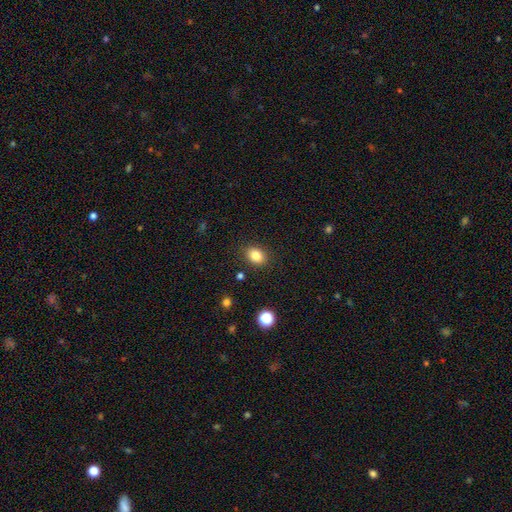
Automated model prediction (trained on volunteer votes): Smooth or featured? Predicted: smooth (p=0.84). How rounded? Predicted: in between (p=0.64). Merging? Predicted: none (p=0.87).